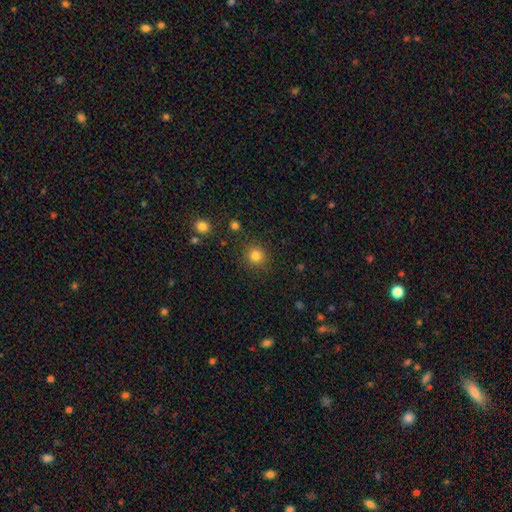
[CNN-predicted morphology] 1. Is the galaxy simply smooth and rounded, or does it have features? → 82% smooth, 13% star or artifact, 5% featured or disk.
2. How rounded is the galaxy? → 92% round, 7% in between, 1% cigar-shaped.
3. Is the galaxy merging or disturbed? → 88% none, 7% minor disturbance, 3% major disturbance, 2% merger.